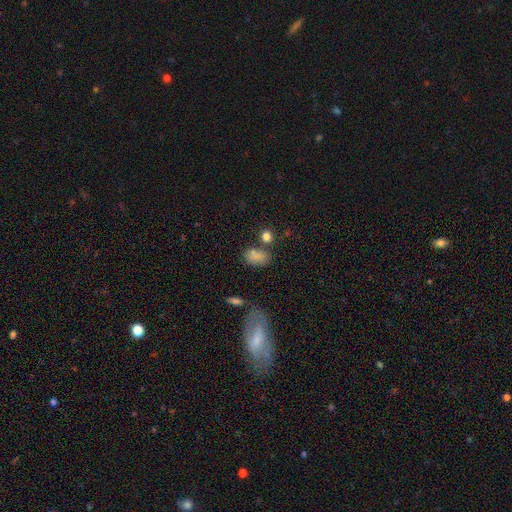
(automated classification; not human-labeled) Smooth or featured? smooth (77%)
How rounded? in between (82%)
Merging? none (58%)